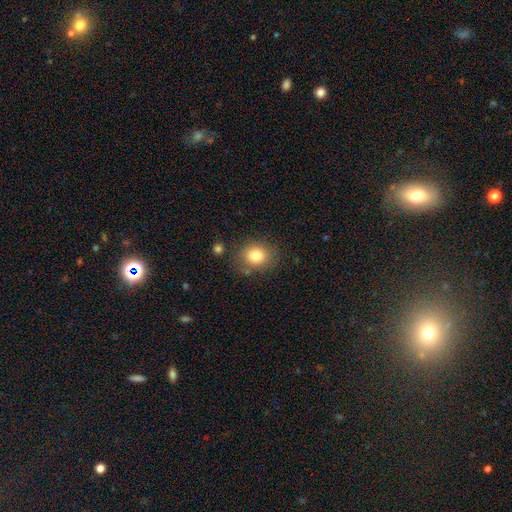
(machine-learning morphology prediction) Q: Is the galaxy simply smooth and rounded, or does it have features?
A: smooth — 81%.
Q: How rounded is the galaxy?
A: round — 67%.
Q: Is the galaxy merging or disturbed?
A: none — 79%.